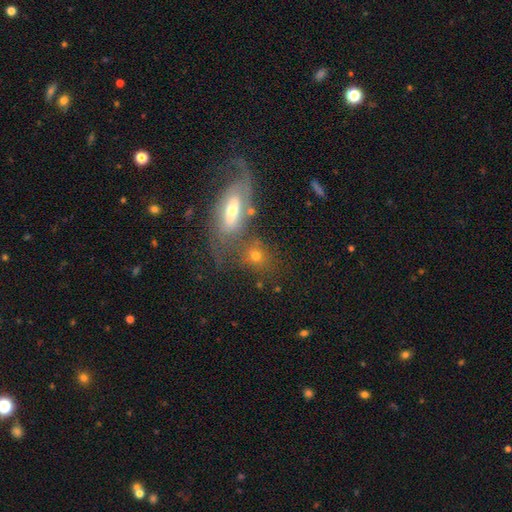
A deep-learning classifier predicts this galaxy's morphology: Smooth or featured? Predicted: smooth (p=0.58). How rounded? Predicted: round (p=0.48). Merging? Predicted: none (p=0.51).